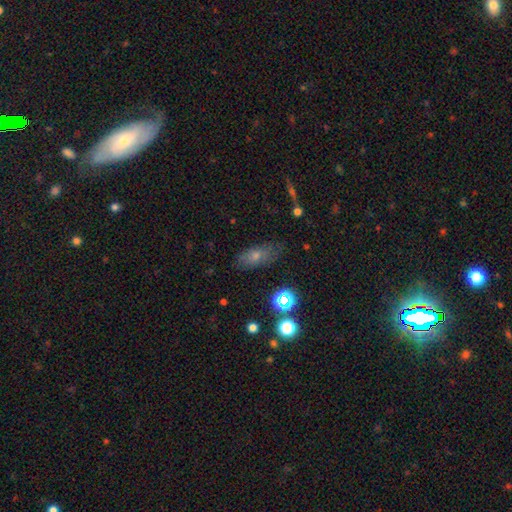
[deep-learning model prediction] smooth-or-featured: smooth: 58% | featured or disk: 24% | star or artifact: 18%
  how-rounded: in between: 70% | cigar-shaped: 20% | round: 10%
  merging: none: 76% | minor disturbance: 17% | major disturbance: 5% | merger: 3%